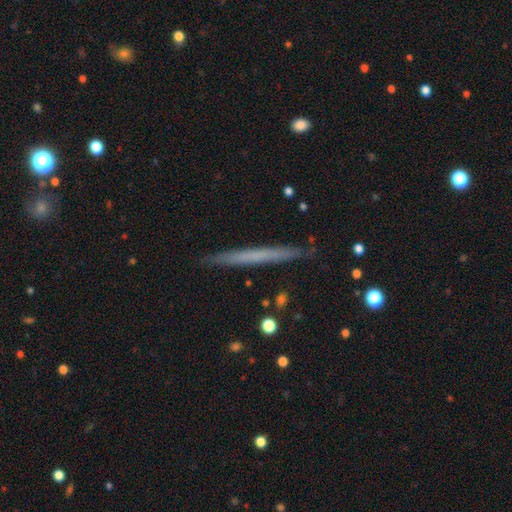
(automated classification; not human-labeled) A smooth galaxy with no disk features (50%).

Vote fractions:
- Smooth or featured? smooth: 50% / featured or disk: 44% / star or artifact: 6%
- Merging? none: 90% / minor disturbance: 8% / major disturbance: 1% / merger: 1%